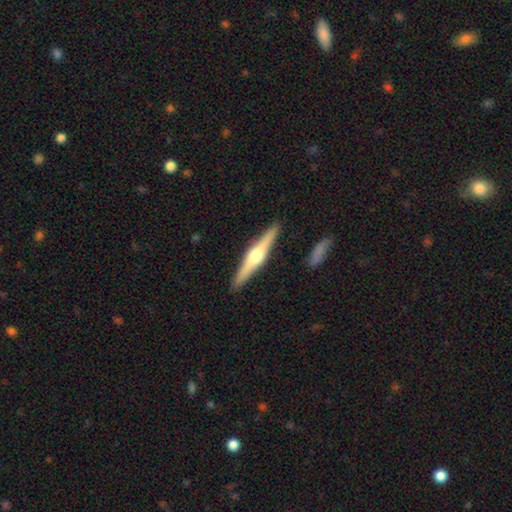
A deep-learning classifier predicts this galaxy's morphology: Q: Smooth or featured?
A: featured or disk (69%); runner-up: smooth (26%)
Q: Edge-on disk?
A: yes (98%); runner-up: no (2%)
Q: Edge-on bulge?
A: rounded (94%); runner-up: boxy (4%)
Q: Merging?
A: none (91%); runner-up: minor disturbance (6%)